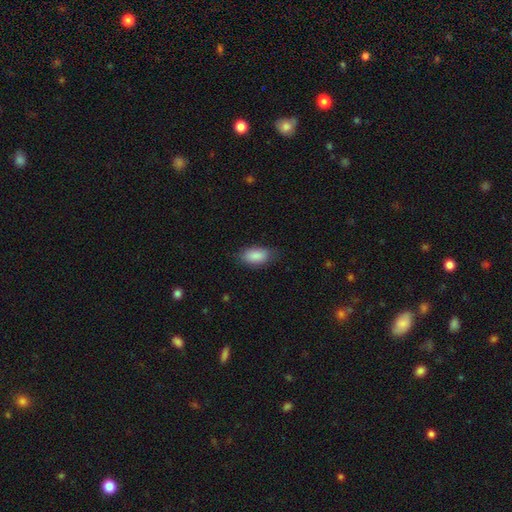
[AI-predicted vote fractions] This is clearly a smooth galaxy (89%). How rounded: clearly in between (92%). Merging: likely none (78%).